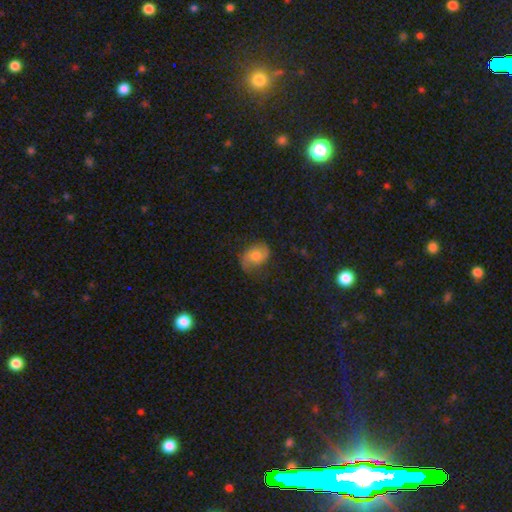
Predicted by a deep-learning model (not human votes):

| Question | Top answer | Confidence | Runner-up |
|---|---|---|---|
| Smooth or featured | smooth | 54% | featured or disk (37%) |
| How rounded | in between | 66% | round (33%) |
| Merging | none | 59% | minor disturbance (27%) |